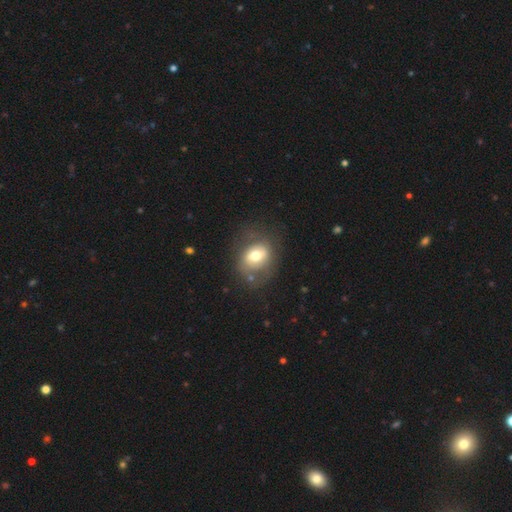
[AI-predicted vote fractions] Smooth or featured?
  - smooth: 58% *
  - featured or disk: 33%
  - star or artifact: 9%
How rounded?
  - in between: 53% *
  - round: 46%
  - cigar-shaped: 1%
Merging?
  - none: 60% *
  - minor disturbance: 22%
  - major disturbance: 14%
  - merger: 4%